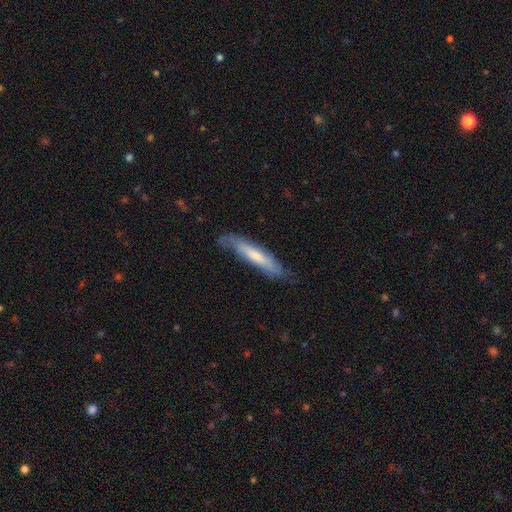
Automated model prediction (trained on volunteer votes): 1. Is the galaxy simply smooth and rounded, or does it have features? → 54% smooth, 40% featured or disk, 6% star or artifact.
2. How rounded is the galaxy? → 86% cigar-shaped, 13% in between, 1% round.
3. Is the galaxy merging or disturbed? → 69% none, 23% minor disturbance, 7% major disturbance, 2% merger.